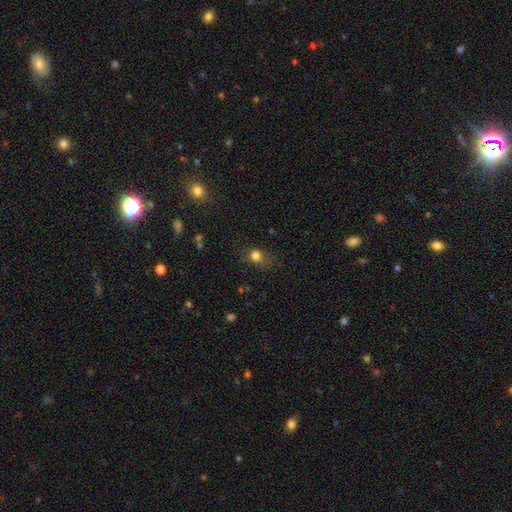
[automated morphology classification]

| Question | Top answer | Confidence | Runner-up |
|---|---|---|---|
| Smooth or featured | smooth | 77% | star or artifact (15%) |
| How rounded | round | 59% | in between (39%) |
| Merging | none | 60% | minor disturbance (24%) |